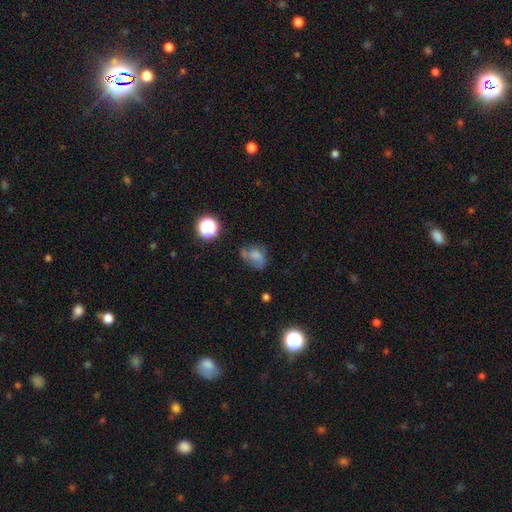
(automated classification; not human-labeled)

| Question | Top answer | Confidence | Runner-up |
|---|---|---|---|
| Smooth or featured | smooth | 60% | featured or disk (23%) |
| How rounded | in between | 67% | round (31%) |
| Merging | none | 40% | minor disturbance (29%) |